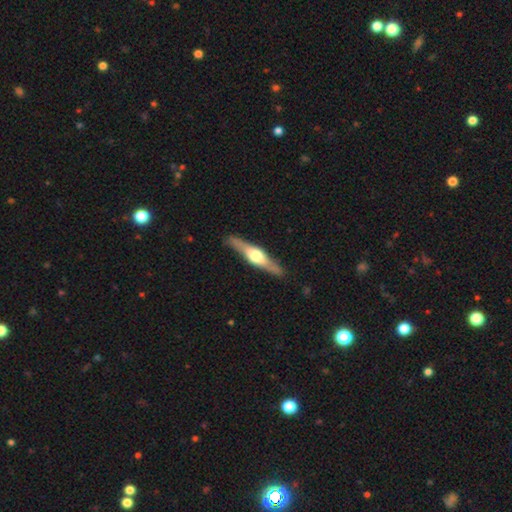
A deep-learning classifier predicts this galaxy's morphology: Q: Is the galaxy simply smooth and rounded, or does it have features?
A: featured or disk — 70%.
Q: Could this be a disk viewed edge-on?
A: yes — 96%.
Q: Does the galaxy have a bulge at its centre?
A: rounded — 92%.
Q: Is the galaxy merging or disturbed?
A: none — 88%.